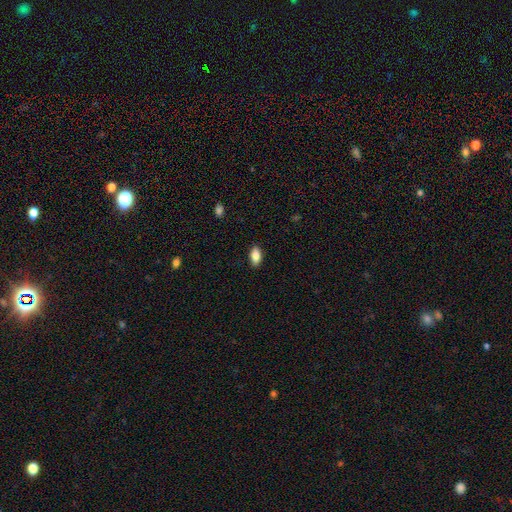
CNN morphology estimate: Smooth or featured? Predicted: smooth (p=0.83). How rounded? Predicted: in between (p=0.90). Merging? Predicted: none (p=0.87).